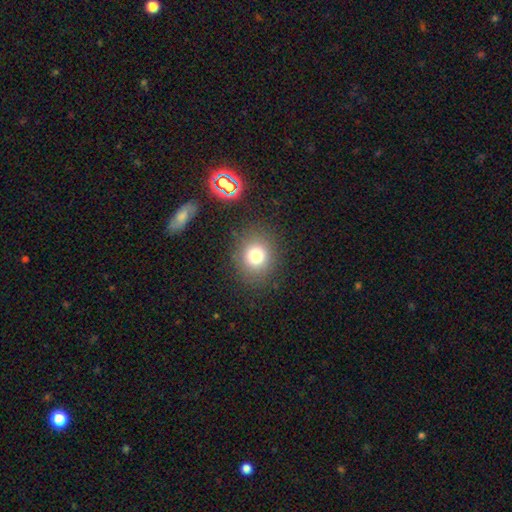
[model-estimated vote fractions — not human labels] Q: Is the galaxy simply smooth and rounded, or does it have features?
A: smooth — 76%.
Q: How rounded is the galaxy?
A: round — 75%.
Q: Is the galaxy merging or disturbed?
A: none — 86%.